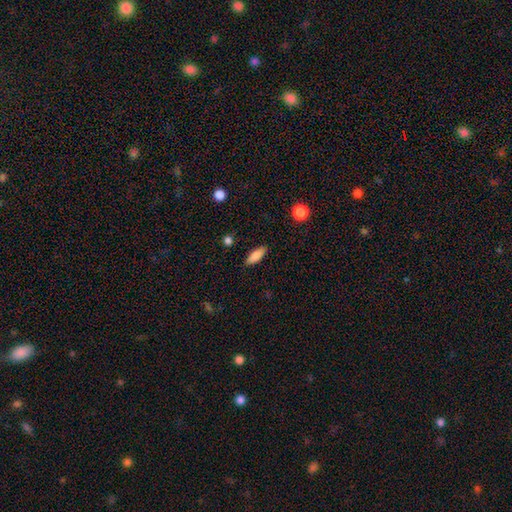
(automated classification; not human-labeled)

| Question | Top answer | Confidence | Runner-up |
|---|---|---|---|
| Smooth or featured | smooth | 85% | featured or disk (8%) |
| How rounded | in between | 64% | cigar-shaped (34%) |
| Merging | none | 87% | minor disturbance (10%) |